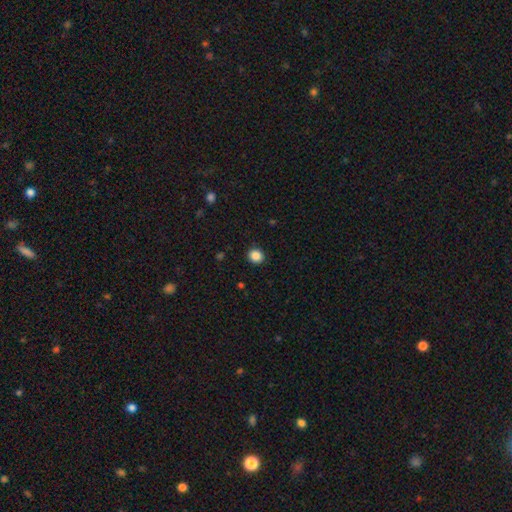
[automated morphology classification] Smooth or featured? Predicted: smooth (p=0.87). How rounded? Predicted: round (p=0.86). Merging? Predicted: none (p=0.92).